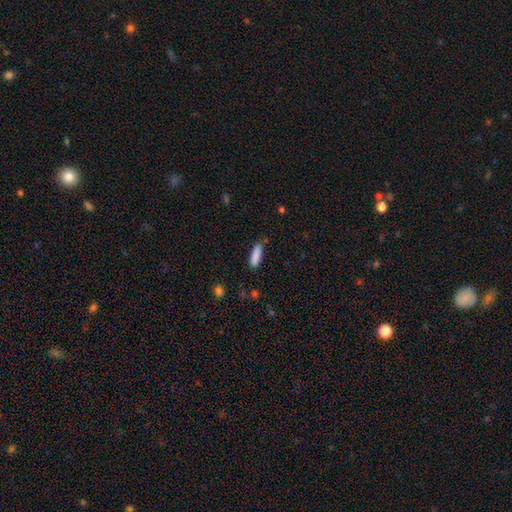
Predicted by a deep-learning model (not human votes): The model was most divided on "how rounded": cigar-shaped: 63%, in between: 35%, round: 1%. More confident: smooth or featured — smooth (87%); merging — none (83%).